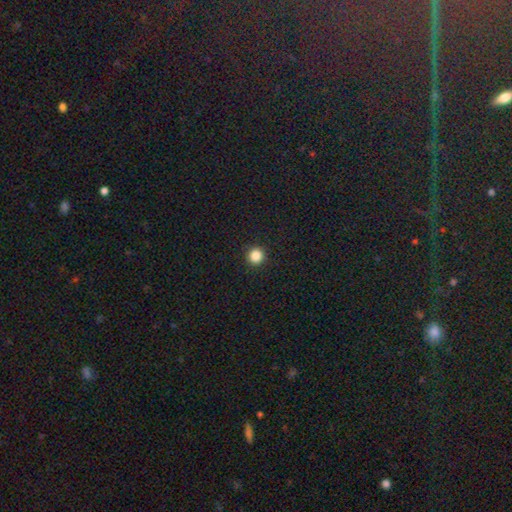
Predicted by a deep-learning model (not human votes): Smooth or featured: smooth — 85% (star or artifact — 12%)
How rounded: round — 95% (in between — 4%)
Merging: none — 93% (minor disturbance — 4%)